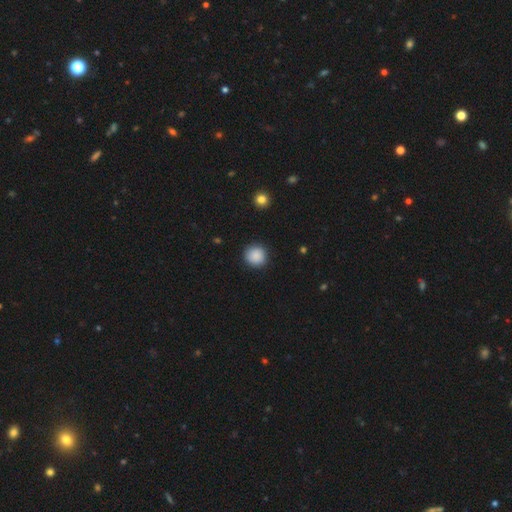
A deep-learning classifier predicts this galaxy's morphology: This is clearly a smooth galaxy (89%). How rounded: clearly round (94%). Merging: clearly none (91%).